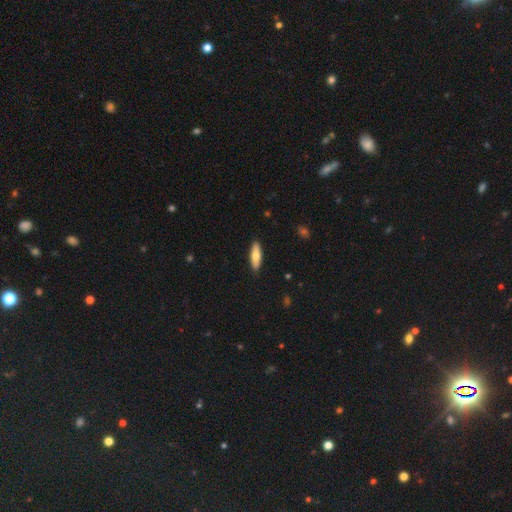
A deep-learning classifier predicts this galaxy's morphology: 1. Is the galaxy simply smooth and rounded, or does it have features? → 71% smooth, 23% featured or disk, 6% star or artifact.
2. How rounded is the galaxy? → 50% in between, 48% cigar-shaped, 2% round.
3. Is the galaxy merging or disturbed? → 89% none, 8% minor disturbance, 2% major disturbance, 1% merger.